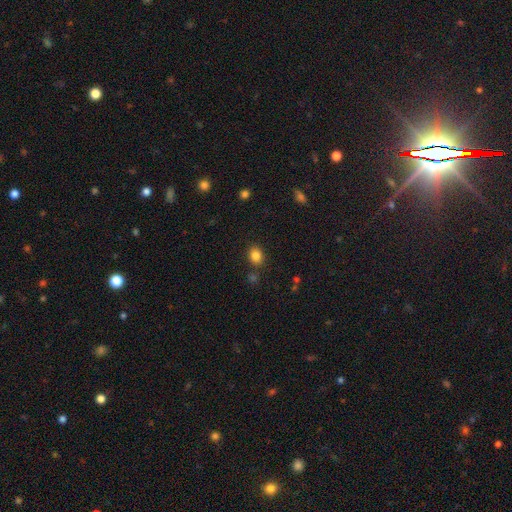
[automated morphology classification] Smooth or featured? Predicted: smooth (p=0.84). How rounded? Predicted: round (p=0.50). Merging? Predicted: none (p=0.82).